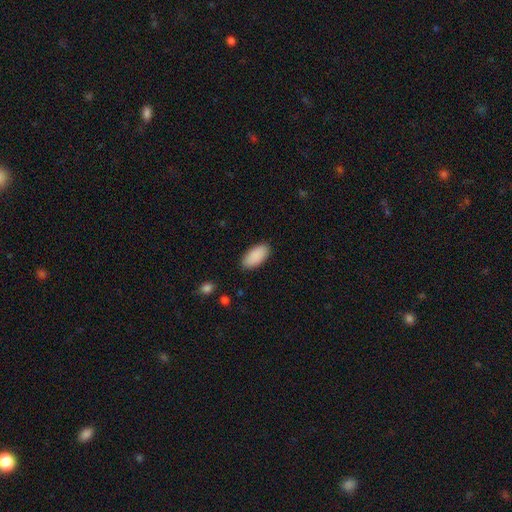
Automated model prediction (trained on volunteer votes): A smooth galaxy with no disk features (91%) that is in between round and cigar-shaped (94%).

Vote fractions:
- Smooth or featured? smooth: 91% / star or artifact: 6% / featured or disk: 3%
- How rounded? in between: 94% / cigar-shaped: 4% / round: 2%
- Merging? none: 88% / minor disturbance: 9% / major disturbance: 2% / merger: 1%